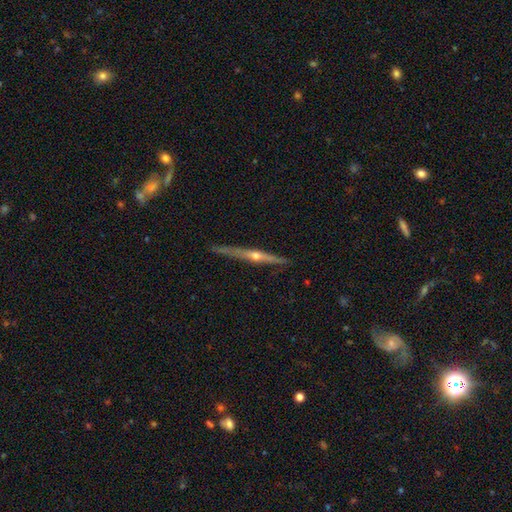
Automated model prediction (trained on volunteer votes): Smooth or featured? Predicted: featured or disk (p=0.81). Edge-on disk? Predicted: yes (p=0.98). Edge-on bulge? Predicted: rounded (p=0.89). Merging? Predicted: none (p=0.88).